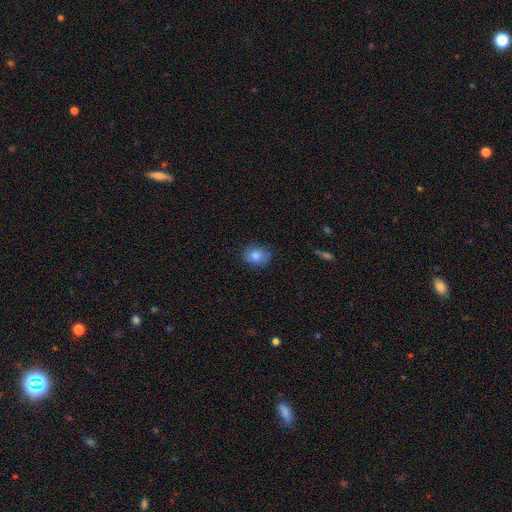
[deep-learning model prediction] Q: Smooth or featured?
A: smooth (82%); runner-up: featured or disk (9%)
Q: How rounded?
A: round (56%); runner-up: in between (43%)
Q: Merging?
A: none (79%); runner-up: minor disturbance (17%)